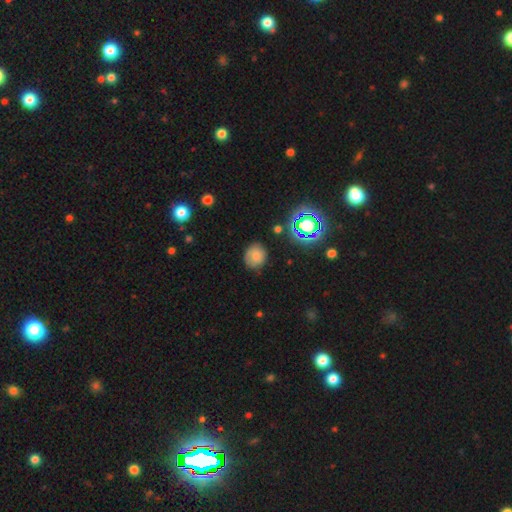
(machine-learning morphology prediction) smooth_or_featured: smooth (p=0.69) [alt: featured or disk p=0.16]
how_rounded: round (p=0.75) [alt: in between p=0.24]
merging: none (p=0.76) [alt: minor disturbance p=0.17]